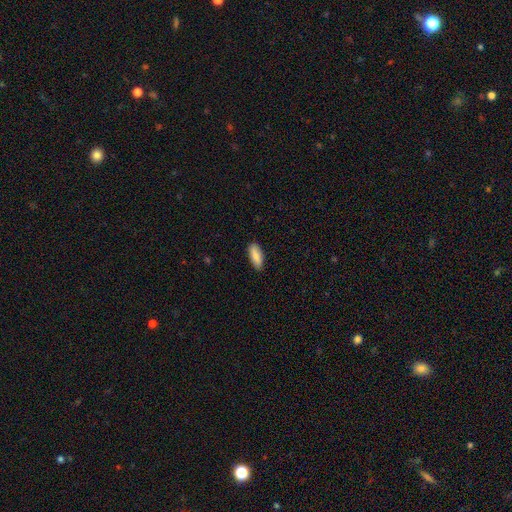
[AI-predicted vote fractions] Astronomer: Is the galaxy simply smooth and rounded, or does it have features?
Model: smooth — 89%.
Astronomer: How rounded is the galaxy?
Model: in between — 74%.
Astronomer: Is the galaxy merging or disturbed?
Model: none — 88%.